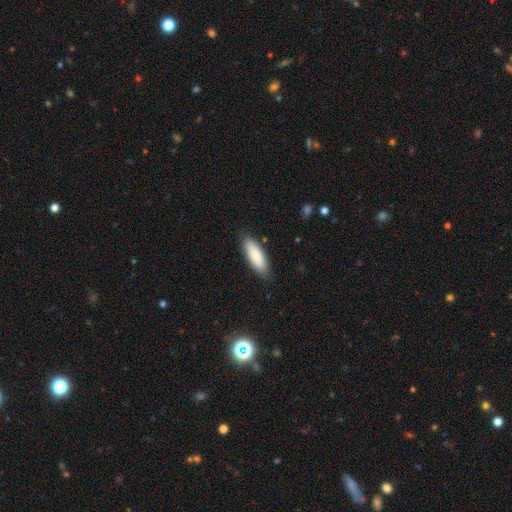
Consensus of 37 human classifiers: Smooth or featured: smooth — 86% (featured or disk — 11%)
How rounded: cigar-shaped — 53% (in between — 47%)
Merging: none — 78% (minor disturbance — 17%)